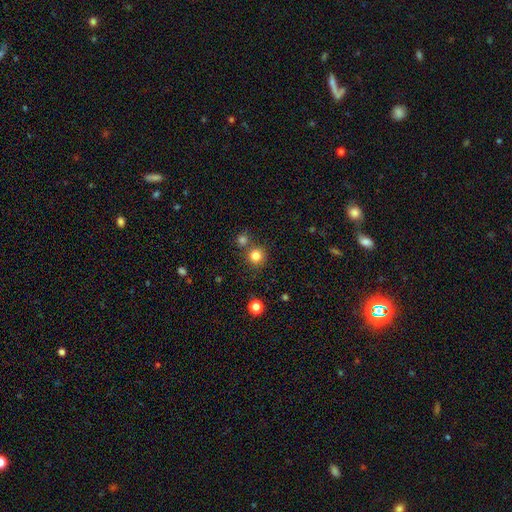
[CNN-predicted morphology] smooth-or-featured: smooth: 82% | star or artifact: 13% | featured or disk: 5%
  how-rounded: round: 94% | in between: 5% | cigar-shaped: 1%
  merging: none: 78% | merger: 13% | minor disturbance: 7% | major disturbance: 3%